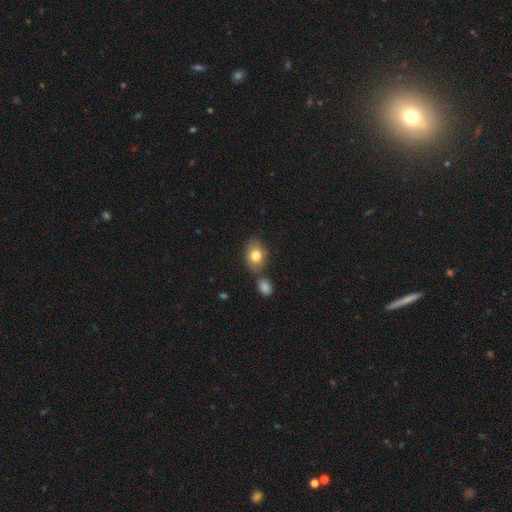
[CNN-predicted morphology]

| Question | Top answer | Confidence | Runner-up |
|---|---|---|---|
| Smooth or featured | smooth | 79% | featured or disk (12%) |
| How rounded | in between | 76% | round (22%) |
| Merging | none | 60% | merger (22%) |